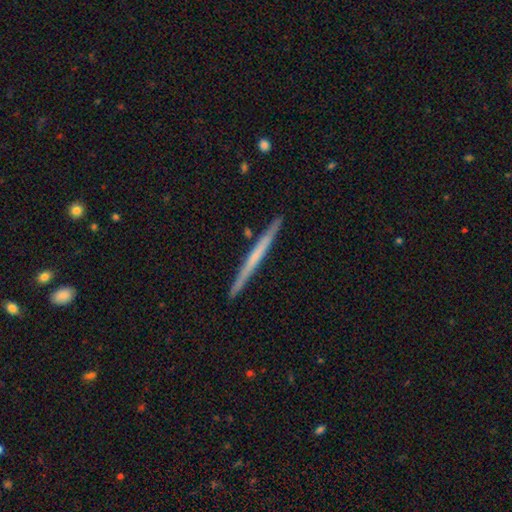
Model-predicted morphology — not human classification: Overall: featured or disk (53%; smooth 42%). Edge-on disk: yes (98%). Edge-on bulge: none (86%). Merging: none (91%).